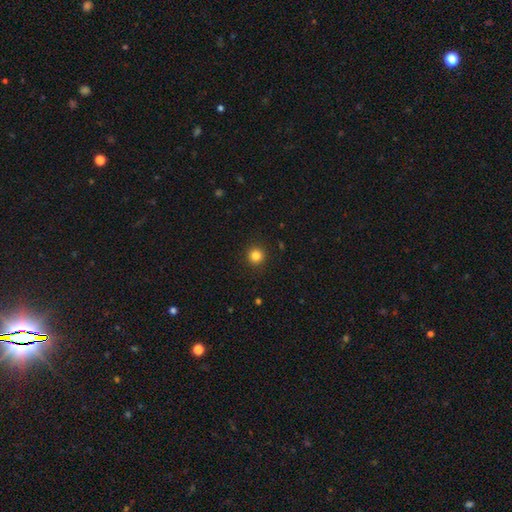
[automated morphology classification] The model was most divided on "smooth or featured": smooth: 83%, star or artifact: 12%, featured or disk: 4%. More confident: how rounded — round (95%); merging — none (92%).